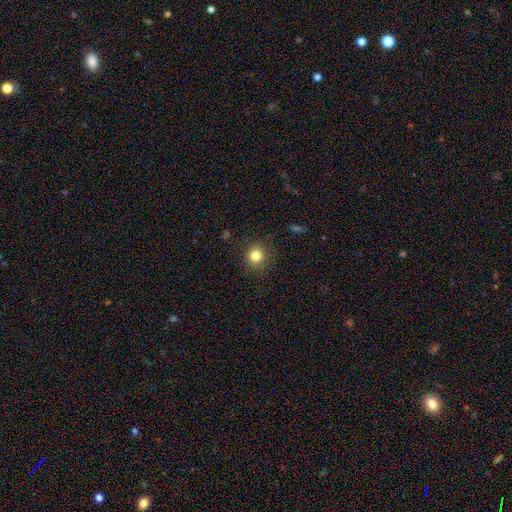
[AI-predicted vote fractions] A smooth galaxy with no disk features (82%) that is round (92%). Merging: none (89%).